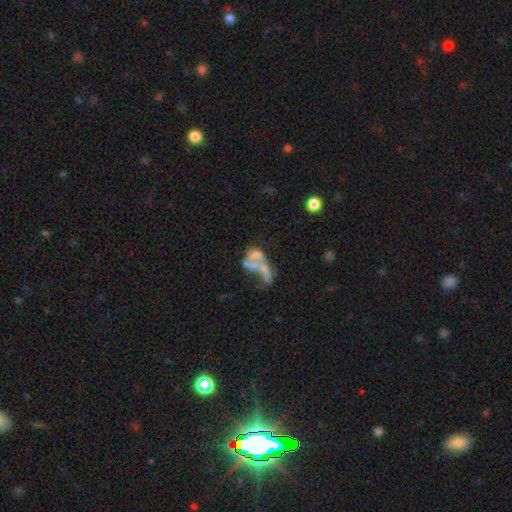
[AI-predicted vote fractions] This is possibly a featured or disk galaxy (56%). It is clearly not viewed edge-on (97%). Bar: clearly no (89%). Spiral arm pattern: clearly no (90%). Central bulge: likely none (64%). Merging: possibly merger (52%).